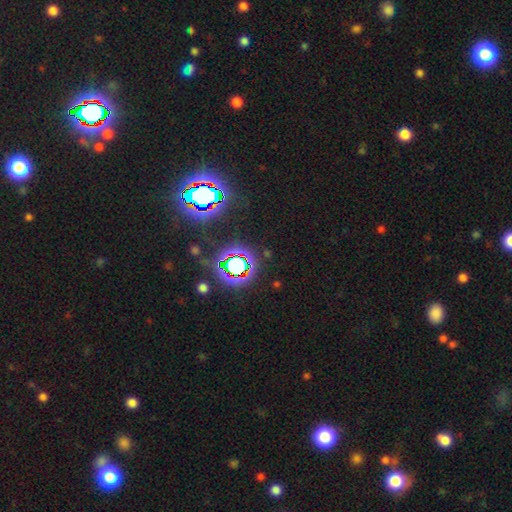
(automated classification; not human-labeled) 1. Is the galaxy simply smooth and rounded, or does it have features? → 82% star or artifact, 11% smooth, 7% featured or disk.